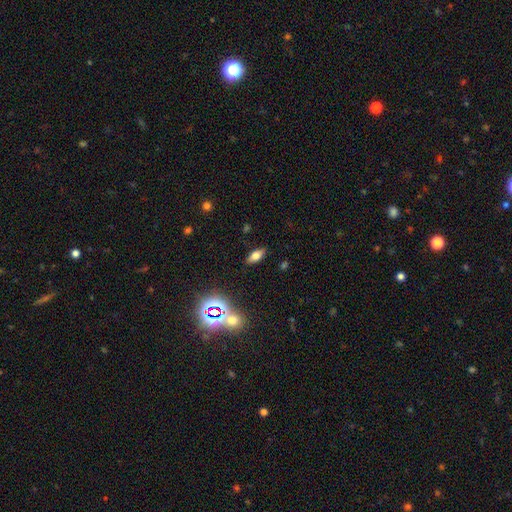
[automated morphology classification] Overall: smooth (62%). How rounded: in between (79%). Merging: none (87%).